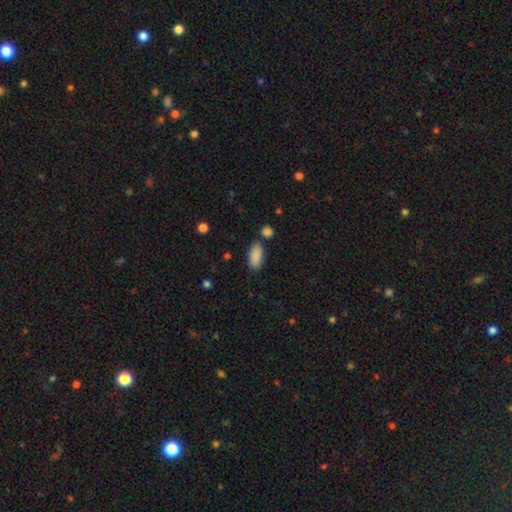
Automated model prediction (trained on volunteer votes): Morphology: type=smooth (90%); roundness=in between (89%); merging=none (78%).